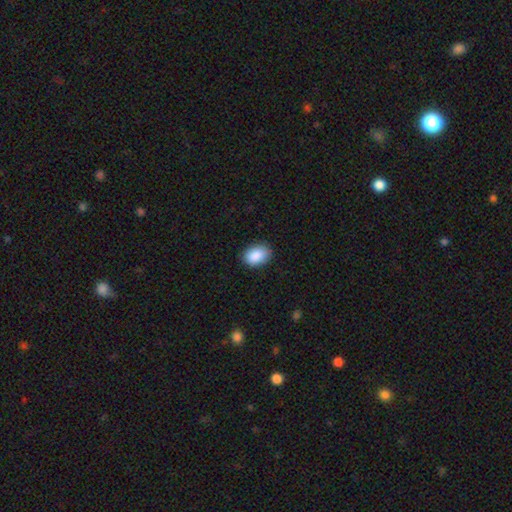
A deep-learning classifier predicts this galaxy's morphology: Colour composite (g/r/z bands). It shows a smooth galaxy with no disk features (90%) that is in between round and cigar-shaped (80%). Merging: none (85%).